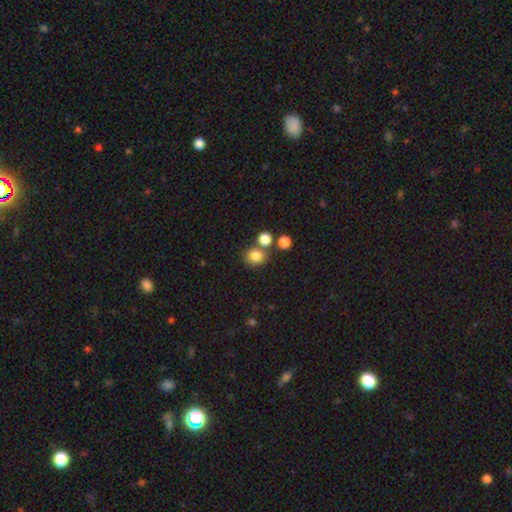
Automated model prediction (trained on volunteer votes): Smooth or featured?
  - smooth: 82% *
  - star or artifact: 12%
  - featured or disk: 6%
How rounded?
  - round: 79% *
  - in between: 20%
  - cigar-shaped: 1%
Merging?
  - none: 63% *
  - merger: 22%
  - minor disturbance: 10%
  - major disturbance: 4%